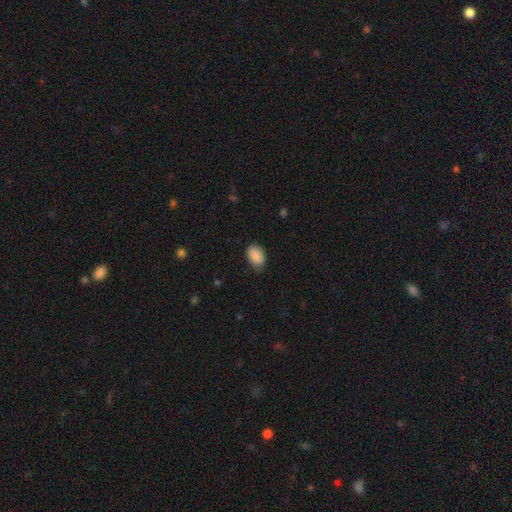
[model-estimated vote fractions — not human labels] Overall: smooth (88%). How rounded: in between (84%). Merging: none (71%).